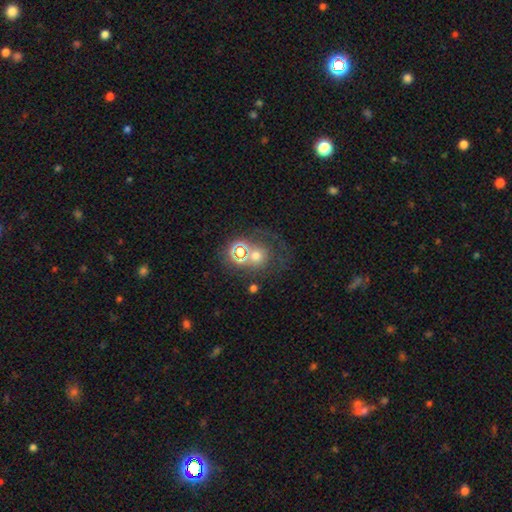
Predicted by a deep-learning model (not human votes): This is possibly a smooth galaxy (53%). How rounded: likely round (80%). Merging: possibly none (52%).